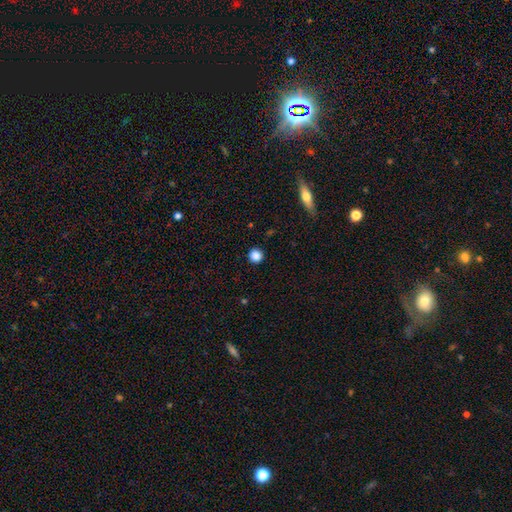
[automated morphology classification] A smooth galaxy with no disk features (86%) that is round (94%). Merging: none (92%).